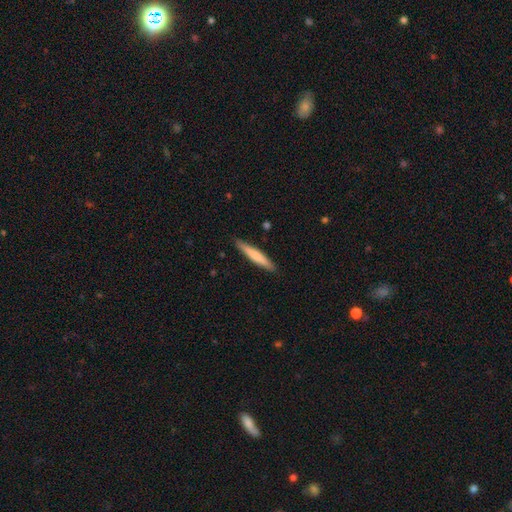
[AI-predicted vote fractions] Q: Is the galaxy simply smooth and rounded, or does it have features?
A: smooth — 69%.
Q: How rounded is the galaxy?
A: cigar-shaped — 94%.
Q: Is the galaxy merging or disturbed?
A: none — 90%.